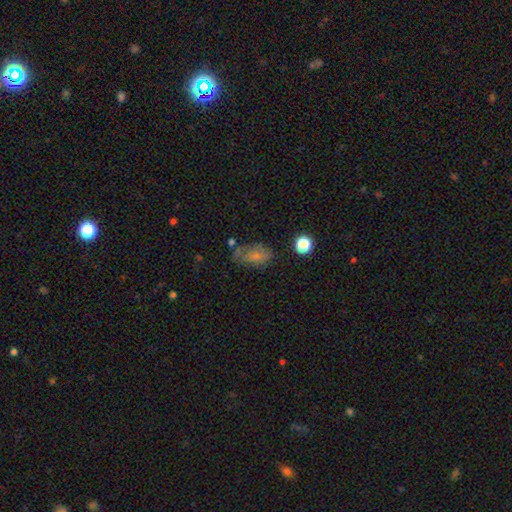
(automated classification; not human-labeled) This is likely a smooth galaxy (66%). How rounded: clearly in between (86%). Merging: possibly none (50%).